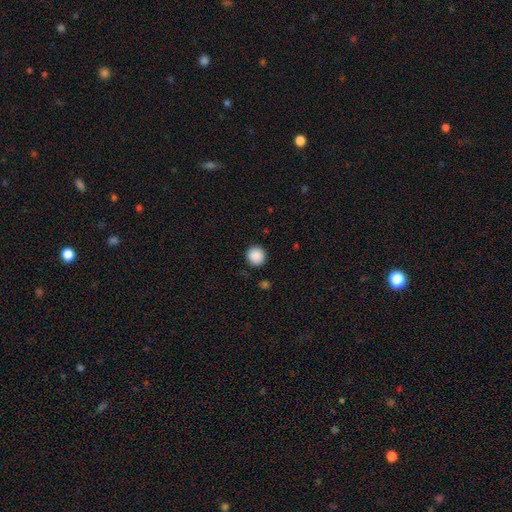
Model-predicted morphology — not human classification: Smooth or featured? smooth (89%)
How rounded? round (94%)
Merging? none (90%)